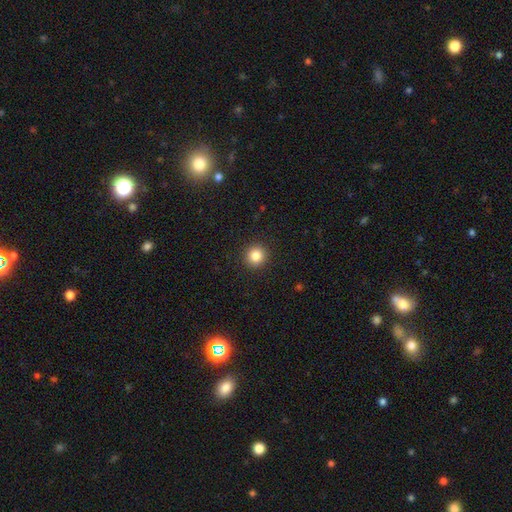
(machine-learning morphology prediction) The model was most divided on "smooth or featured": smooth: 84%, star or artifact: 11%, featured or disk: 5%. More confident: how rounded — round (94%); merging — none (93%).